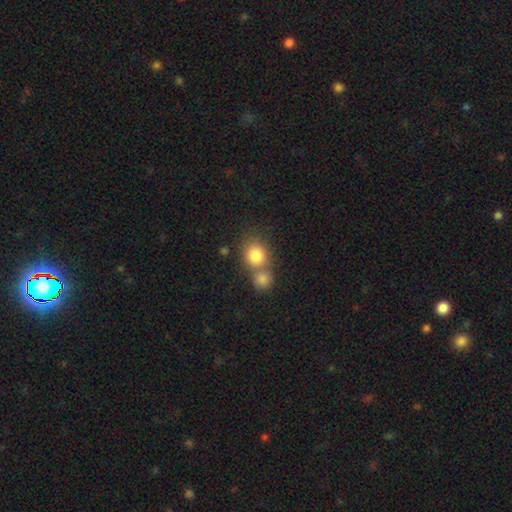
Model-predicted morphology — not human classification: Smooth or featured: smooth — 82% (star or artifact — 10%)
How rounded: round — 78% (in between — 21%)
Merging: merger — 47% (none — 42%)